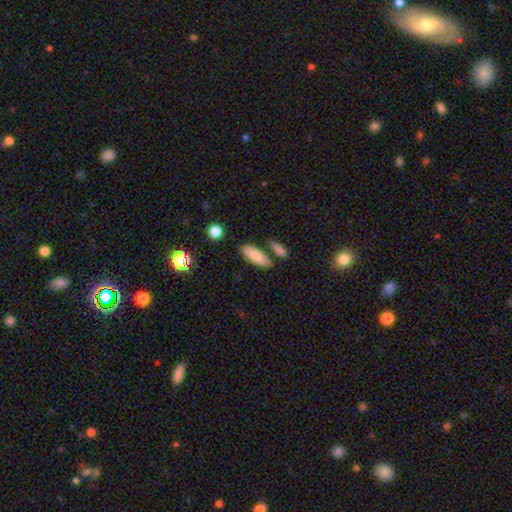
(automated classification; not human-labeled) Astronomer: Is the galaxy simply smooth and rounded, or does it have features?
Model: smooth — 84%.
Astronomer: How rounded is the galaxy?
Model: in between — 73%.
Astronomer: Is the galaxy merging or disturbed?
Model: none — 73%.